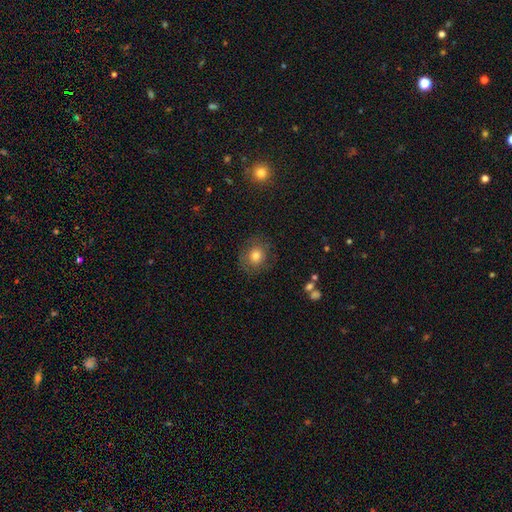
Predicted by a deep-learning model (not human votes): Smooth or featured? Predicted: smooth (p=0.74). How rounded? Predicted: round (p=0.81). Merging? Predicted: none (p=0.81).